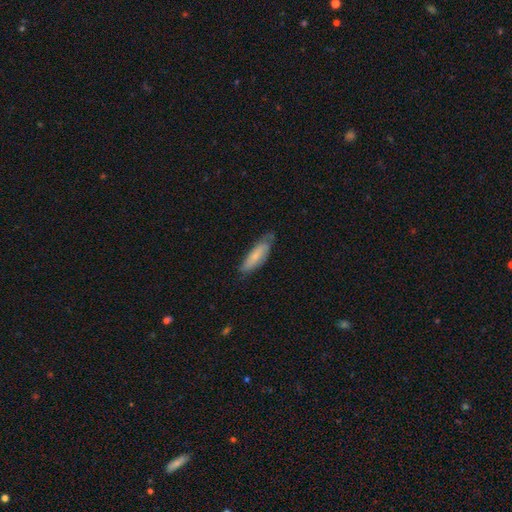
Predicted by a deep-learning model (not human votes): Smooth or featured? smooth (67%)
How rounded? cigar-shaped (55%)
Merging? none (62%)